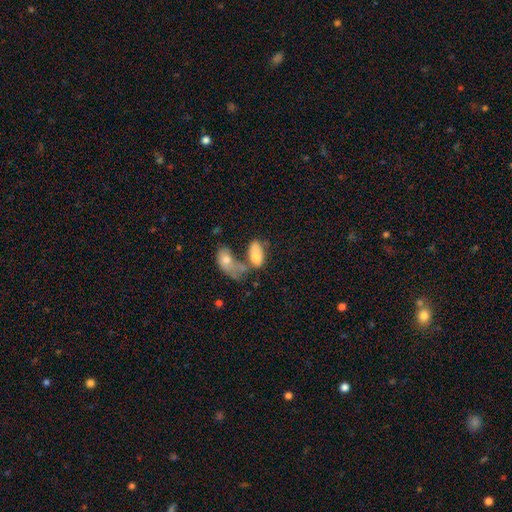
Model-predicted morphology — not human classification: smooth 74%, featured or disk 19%, star or artifact 7%. Down the decision tree: how rounded — in between (92%); merging — merger (57%).